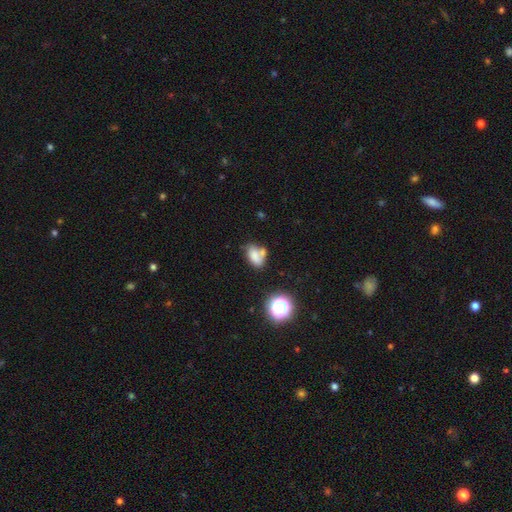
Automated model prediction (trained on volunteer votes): Morphology: type=smooth (72%); roundness=in between (81%); merging=none (40%).